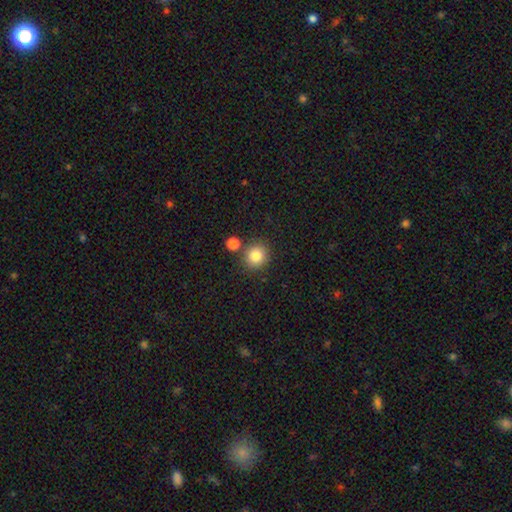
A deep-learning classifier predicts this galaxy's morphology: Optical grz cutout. It shows a smooth galaxy with no disk features (83%) that is round (86%). Merging: none (78%).